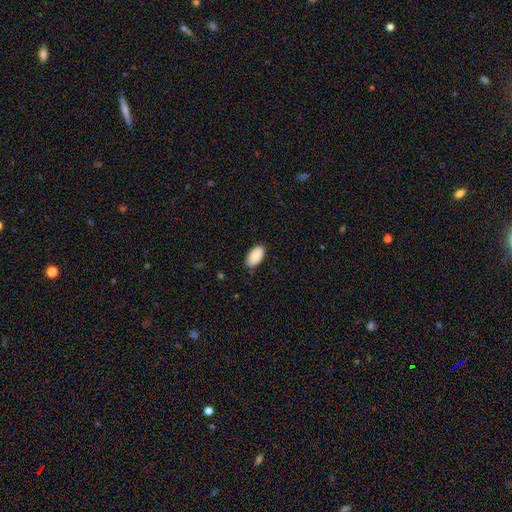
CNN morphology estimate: A smooth galaxy with no disk features (87%) that is in between round and cigar-shaped (96%).

Vote fractions:
- Smooth or featured? smooth: 87% / featured or disk: 6% / star or artifact: 6%
- How rounded? in between: 96% / round: 3% / cigar-shaped: 2%
- Merging? none: 85% / minor disturbance: 11% / major disturbance: 2% / merger: 1%